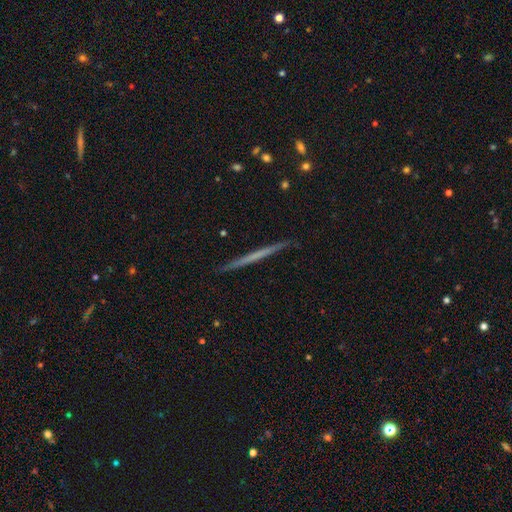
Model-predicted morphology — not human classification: This is possibly a featured or disk galaxy (54%). It is clearly viewed edge-on (98%). Edge-on bulge: clearly none (92%). Merging: clearly none (92%).